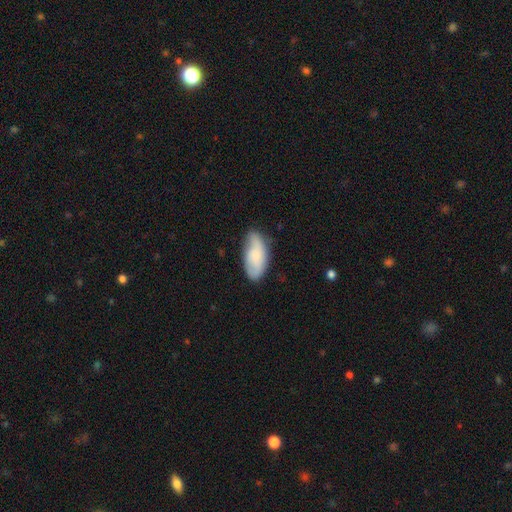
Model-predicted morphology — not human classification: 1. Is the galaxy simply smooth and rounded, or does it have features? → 67% smooth, 26% featured or disk, 6% star or artifact.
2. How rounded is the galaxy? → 89% in between, 8% cigar-shaped, 2% round.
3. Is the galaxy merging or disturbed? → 66% none, 26% minor disturbance, 6% major disturbance, 2% merger.